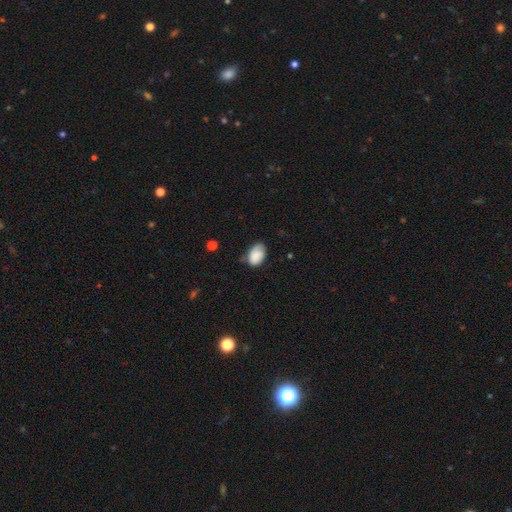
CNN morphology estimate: This is clearly a smooth galaxy (80%). How rounded: clearly in between (87%). Merging: possibly none (51%).